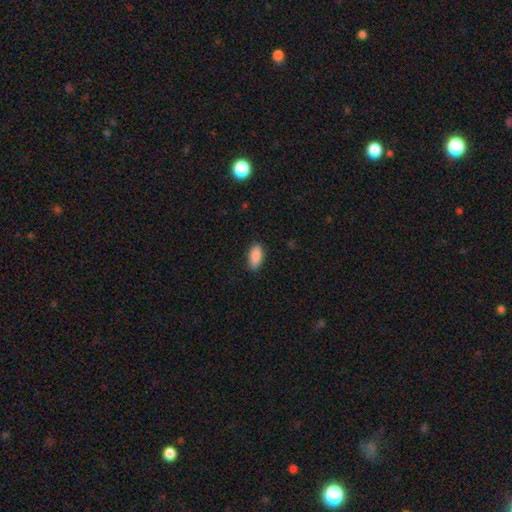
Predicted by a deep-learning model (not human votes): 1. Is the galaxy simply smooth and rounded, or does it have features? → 88% smooth, 7% star or artifact, 6% featured or disk.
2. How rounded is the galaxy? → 86% in between, 12% cigar-shaped, 2% round.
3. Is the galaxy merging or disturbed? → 85% none, 12% minor disturbance, 2% major disturbance, 1% merger.